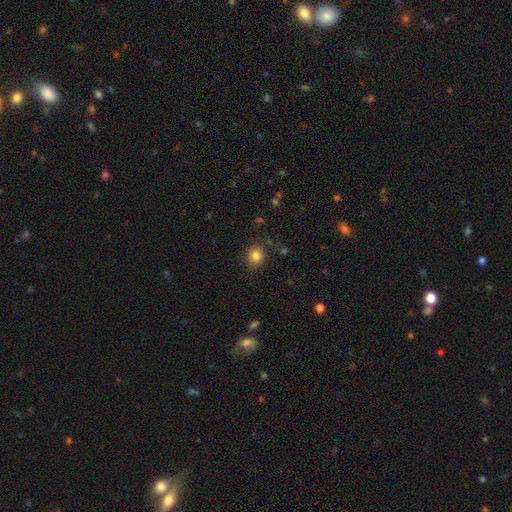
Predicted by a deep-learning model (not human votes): Overall: smooth (83%). How rounded: round (79%). Merging: none (83%).